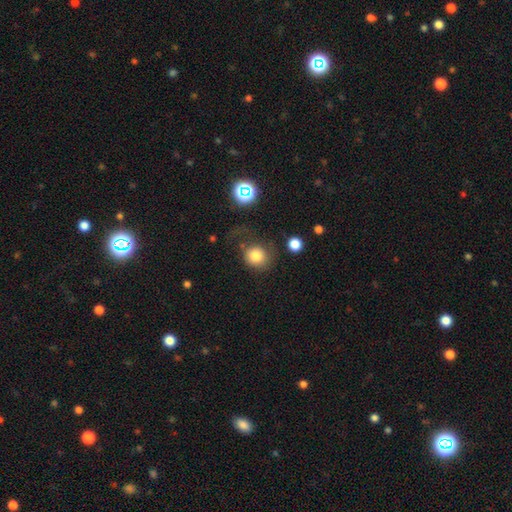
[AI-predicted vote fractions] Q: Smooth or featured?
A: smooth (81%); runner-up: star or artifact (11%)
Q: How rounded?
A: round (84%); runner-up: in between (15%)
Q: Merging?
A: none (58%); runner-up: minor disturbance (20%)